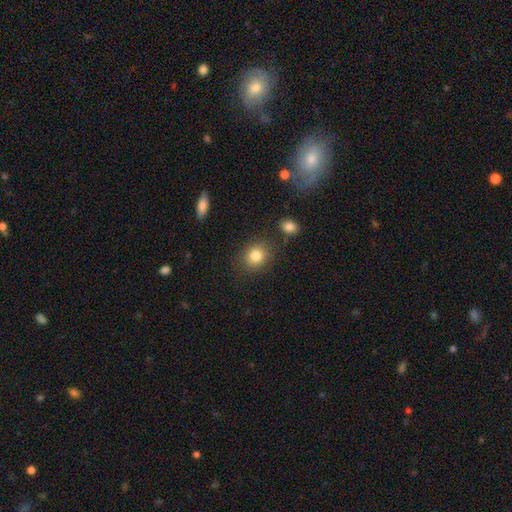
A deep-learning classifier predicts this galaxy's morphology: This appears to be a smooth galaxy with no disk features (82%) that is round (69%). Merging: none (84%).